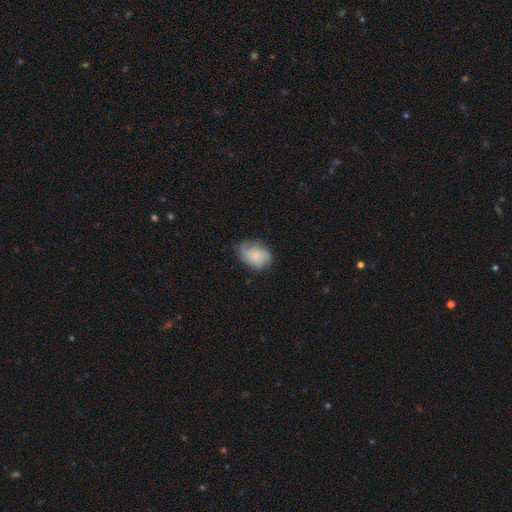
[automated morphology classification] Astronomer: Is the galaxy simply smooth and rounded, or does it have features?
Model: smooth — 57% (runner-up: featured or disk, 34%).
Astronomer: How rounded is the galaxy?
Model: in between — 72%.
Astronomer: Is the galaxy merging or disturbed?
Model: none — 63%.